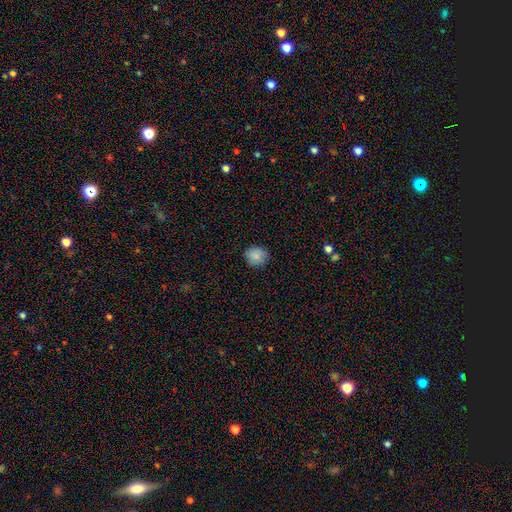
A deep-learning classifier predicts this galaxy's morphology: smooth-or-featured: smooth: 84% | star or artifact: 9% | featured or disk: 6%
  how-rounded: round: 83% | in between: 16% | cigar-shaped: 1%
  merging: none: 85% | minor disturbance: 12% | major disturbance: 2% | merger: 1%